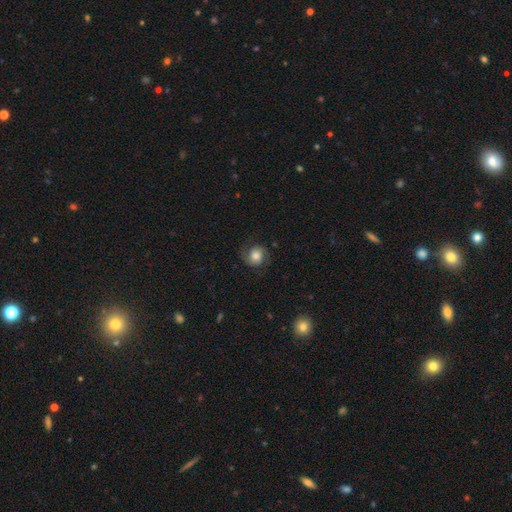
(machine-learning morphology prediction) The model was most divided on "bulge size": moderate: 43%, large: 37%, small: 10%, dominant: 6%, none: 4%. More confident: edge-on disk — no (98%); spiral arms — yes (91%); merging — none (77%); bar — no (71%); smooth or featured — featured or disk (52%).